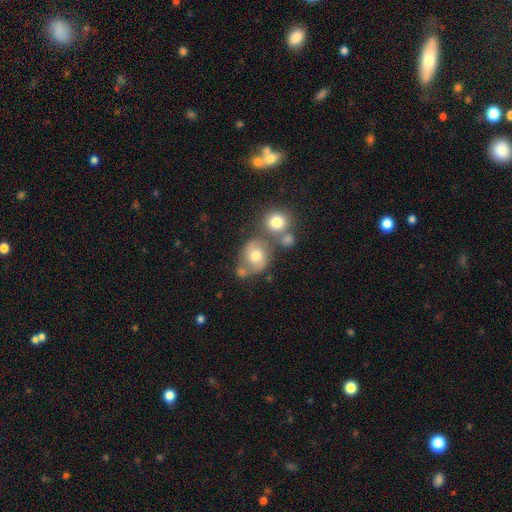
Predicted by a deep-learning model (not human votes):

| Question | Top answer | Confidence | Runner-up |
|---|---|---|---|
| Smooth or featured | smooth | 60% | featured or disk (29%) |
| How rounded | round | 69% | in between (30%) |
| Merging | none | 48% | merger (26%) |